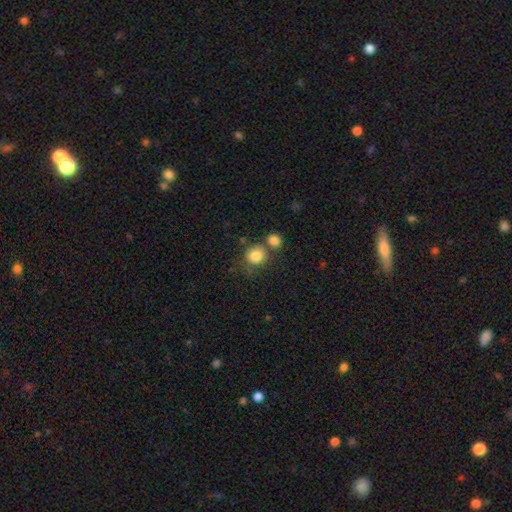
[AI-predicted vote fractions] smooth_or_featured: smooth (p=0.84) [alt: star or artifact p=0.09]
how_rounded: round (p=0.85) [alt: in between p=0.14]
merging: none (p=0.56) [alt: merger p=0.27]